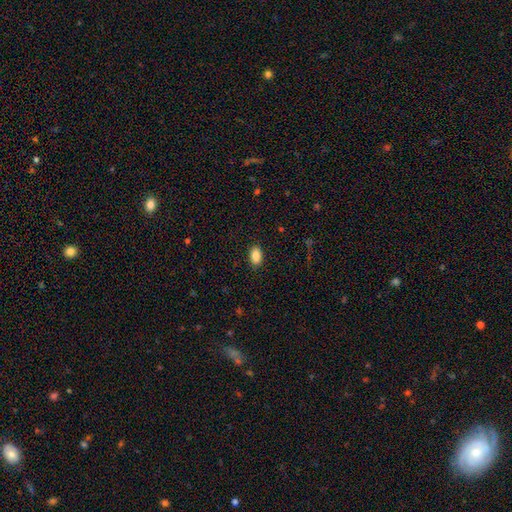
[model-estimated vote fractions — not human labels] Q: Smooth or featured?
A: smooth (88%); runner-up: star or artifact (8%)
Q: How rounded?
A: in between (92%); runner-up: round (6%)
Q: Merging?
A: none (88%); runner-up: minor disturbance (9%)